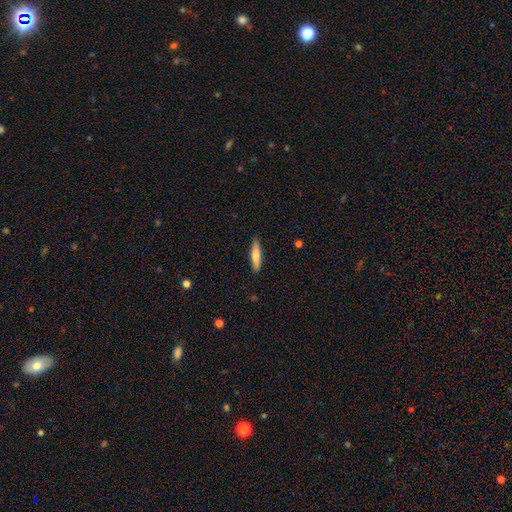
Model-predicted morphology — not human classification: A smooth galaxy with no disk features (70%) that is cigar-shaped (76%).

Vote fractions:
- Smooth or featured? smooth: 70% / featured or disk: 24% / star or artifact: 6%
- How rounded? cigar-shaped: 76% / in between: 22% / round: 2%
- Merging? none: 89% / minor disturbance: 8% / major disturbance: 2% / merger: 1%